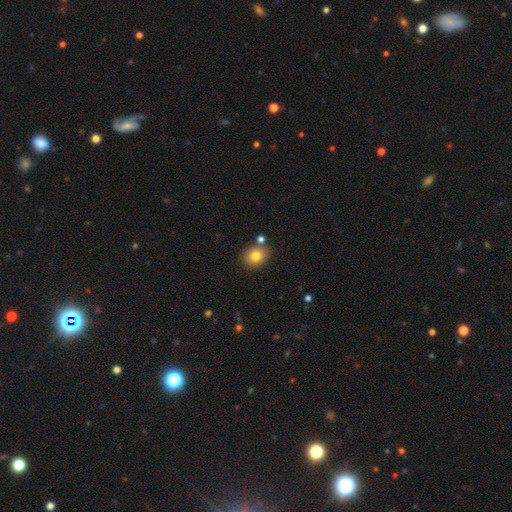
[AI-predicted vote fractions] Q: Smooth or featured?
A: smooth (80%); runner-up: star or artifact (10%)
Q: How rounded?
A: round (57%); runner-up: in between (42%)
Q: Merging?
A: none (78%); runner-up: minor disturbance (11%)